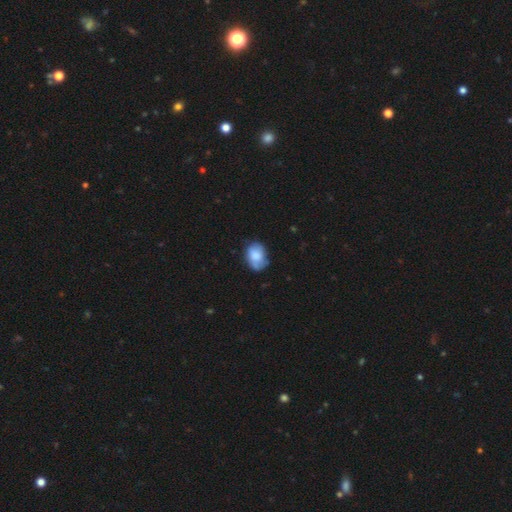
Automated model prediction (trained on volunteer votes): Smooth or featured? smooth (74%)
How rounded? in between (69%)
Merging? none (57%)